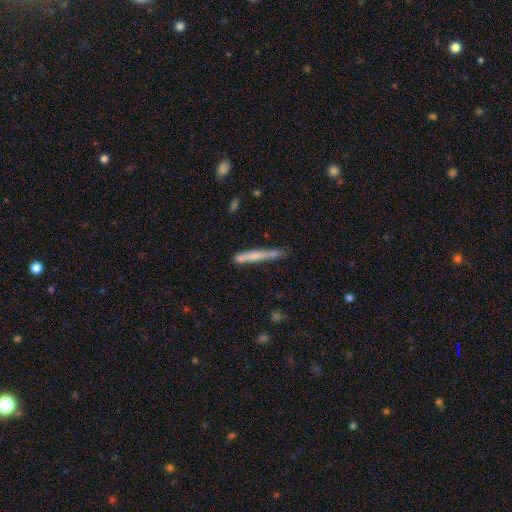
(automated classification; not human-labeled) smooth-or-featured: smooth: 57% | featured or disk: 36% | star or artifact: 7%
  how-rounded: cigar-shaped: 95% | in between: 4% | round: 1%
  merging: none: 65% | minor disturbance: 20% | merger: 10% | major disturbance: 5%